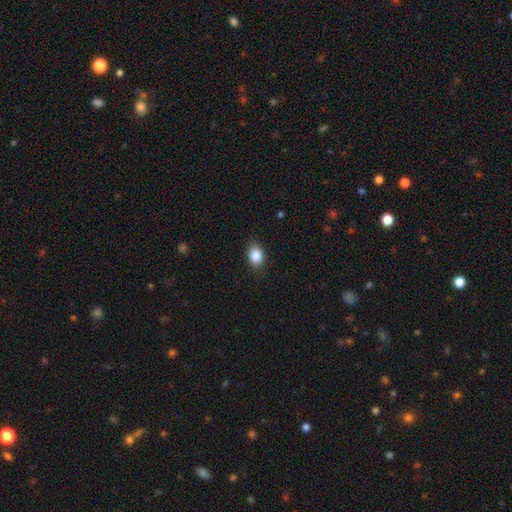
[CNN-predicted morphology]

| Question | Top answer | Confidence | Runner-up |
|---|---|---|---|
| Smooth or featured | smooth | 87% | star or artifact (8%) |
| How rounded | in between | 77% | round (21%) |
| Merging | none | 87% | minor disturbance (10%) |